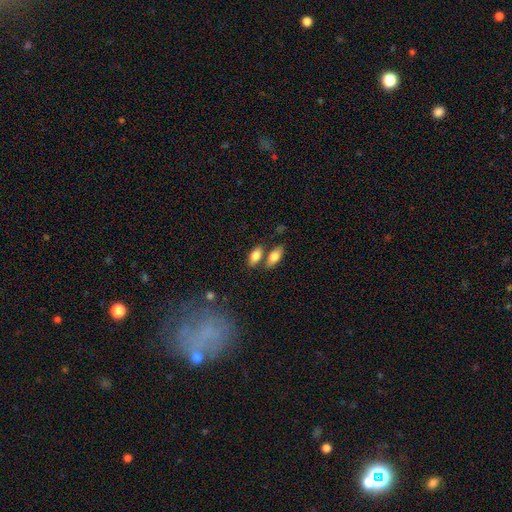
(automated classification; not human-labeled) smooth-or-featured: smooth: 81% | featured or disk: 12% | star or artifact: 7%
  how-rounded: in between: 87% | cigar-shaped: 10% | round: 4%
  merging: none: 60% | merger: 25% | minor disturbance: 11% | major disturbance: 4%